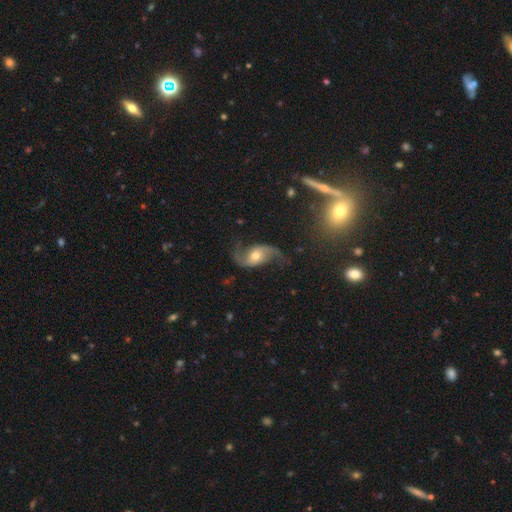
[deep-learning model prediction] smooth-or-featured: featured or disk: 86% | smooth: 8% | star or artifact: 6%
  disk-edge-on: no: 97% | yes: 3%
    bar: no: 59% | weak: 30% | strong: 11%
    has-spiral-arms: yes: 96% | no: 4%
      spiral-winding: loose: 79% | medium: 17% | tight: 4%
      spiral-arm-count: 2: 93% | 1: 2% | can't tell: 2% | 3: 1% | 4: 1% | more than 4: 1%
    bulge-size: moderate: 62% | small: 29% | large: 6% | none: 1% | dominant: 1%
  merging: none: 69% | minor disturbance: 17% | major disturbance: 12% | merger: 2%